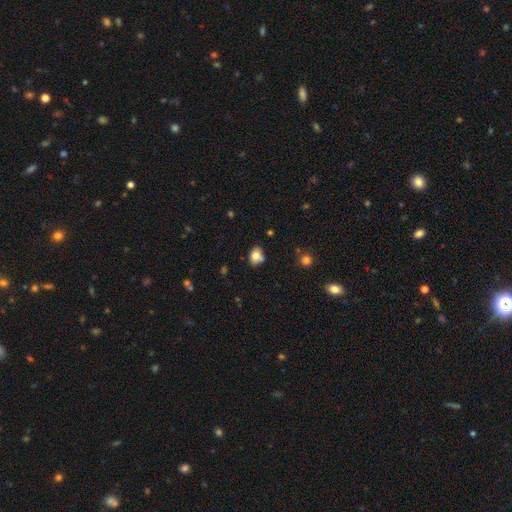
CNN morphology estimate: smooth_or_featured: smooth (p=0.76) [alt: featured or disk p=0.14]
how_rounded: in between (p=0.60) [alt: round p=0.38]
merging: none (p=0.61) [alt: minor disturbance p=0.20]